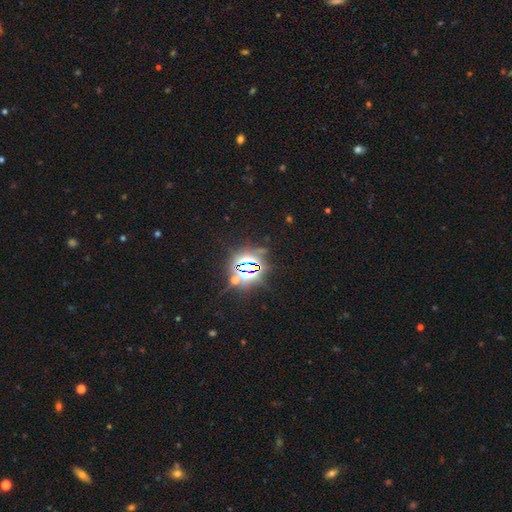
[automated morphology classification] A star or artifact, not a galaxy (81%).